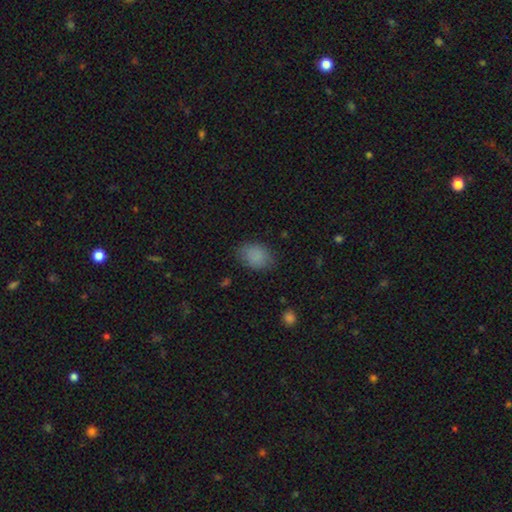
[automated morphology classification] Smooth or featured? smooth (87%)
How rounded? in between (74%)
Merging? none (79%)